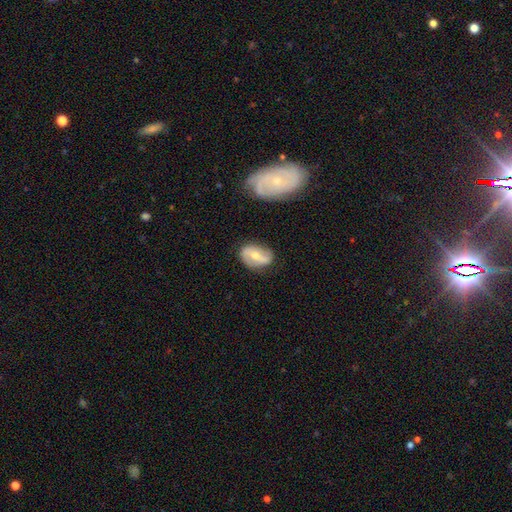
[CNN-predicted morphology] This appears to be a featured or disk galaxy (64%) with a weak bar (37%), spiral arms (80%) and a moderate central bulge (57%). Merging: none (75%).